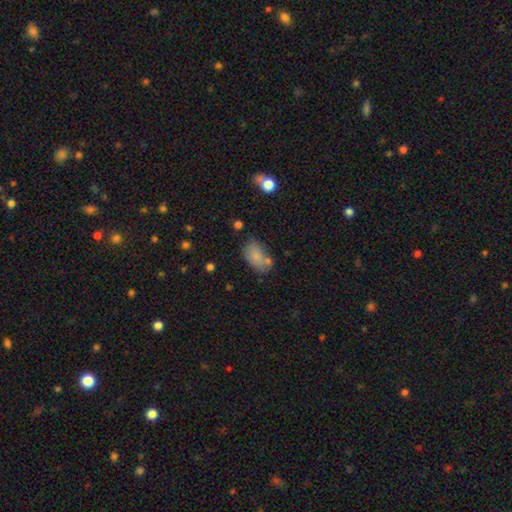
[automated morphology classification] A smooth galaxy with no disk features (81%) that is in between round and cigar-shaped (91%). Merging: none (55%).